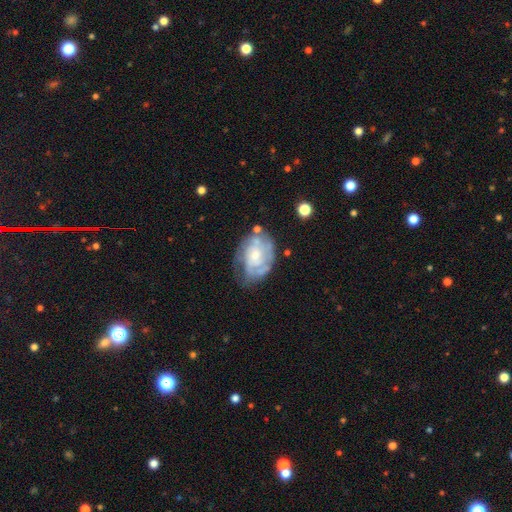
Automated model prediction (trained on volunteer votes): This is likely a featured or disk galaxy (75%). It is clearly not viewed edge-on (97%). Bar: likely no (72%). Spiral arm pattern: clearly yes (81%). Spiral arm count: possibly can't tell (47%). Spiral winding: possibly tight (59%). Central bulge: marginally moderate (43%). Merging: possibly none (57%).